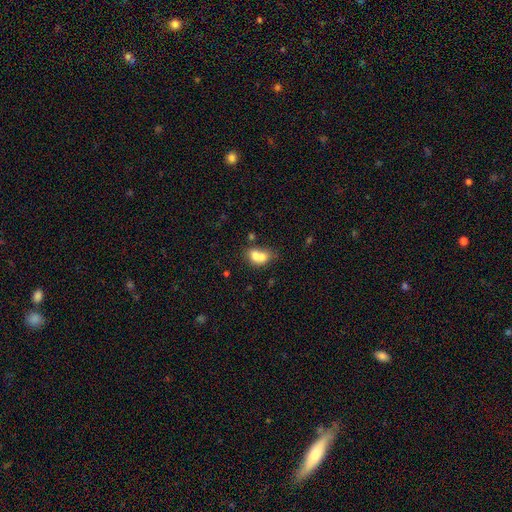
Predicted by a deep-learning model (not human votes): Overall: smooth (69%). How rounded: round (50%; in between 49%). Merging: merger (68%).